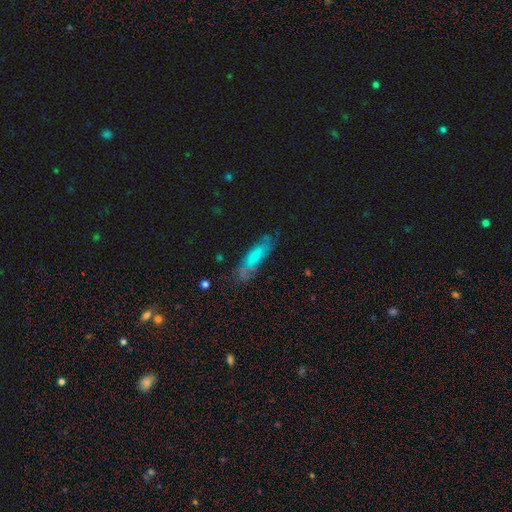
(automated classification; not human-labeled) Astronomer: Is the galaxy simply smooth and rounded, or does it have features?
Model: smooth — 52% (runner-up: featured or disk, 39%).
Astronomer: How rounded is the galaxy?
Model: cigar-shaped — 64%.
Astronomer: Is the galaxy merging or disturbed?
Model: none — 66%.